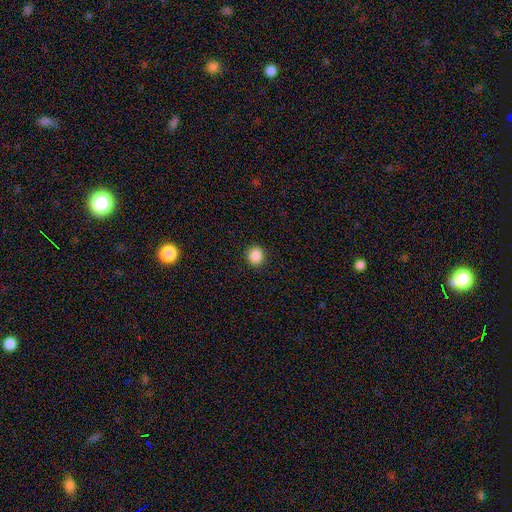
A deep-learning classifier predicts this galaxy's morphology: Smooth or featured: smooth — 88% (star or artifact — 9%)
How rounded: round — 85% (in between — 14%)
Merging: none — 92% (minor disturbance — 5%)